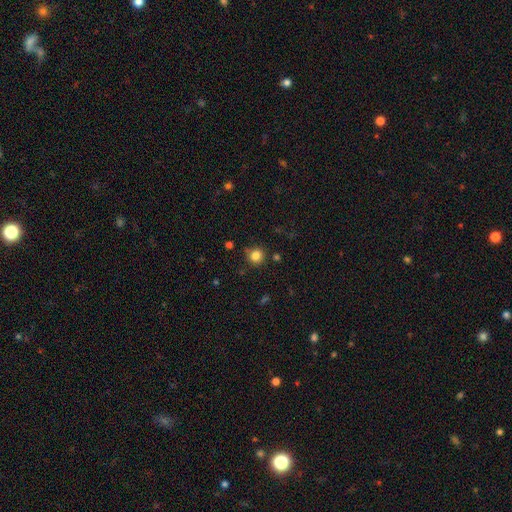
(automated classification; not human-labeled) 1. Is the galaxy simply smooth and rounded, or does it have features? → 83% smooth, 12% star or artifact, 5% featured or disk.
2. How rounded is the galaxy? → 90% round, 9% in between, 1% cigar-shaped.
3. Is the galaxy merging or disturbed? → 82% none, 12% minor disturbance, 3% major disturbance, 3% merger.